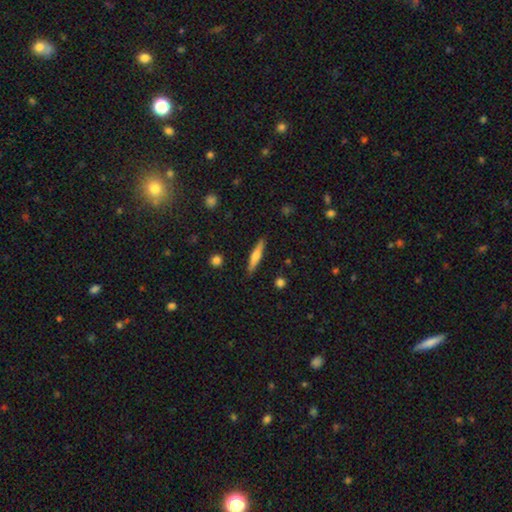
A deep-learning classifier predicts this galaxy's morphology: The model was most divided on "smooth or featured": smooth: 56%, featured or disk: 38%, star or artifact: 6%. More confident: merging — none (88%); how rounded — cigar-shaped (88%).